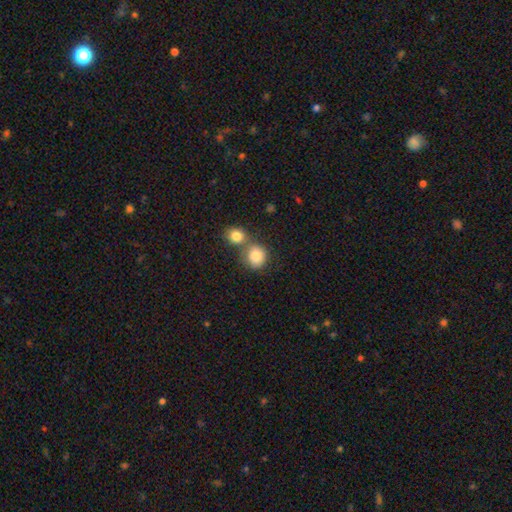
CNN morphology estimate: Smooth or featured? Predicted: smooth (p=0.84). How rounded? Predicted: round (p=0.80). Merging? Predicted: none (p=0.47).